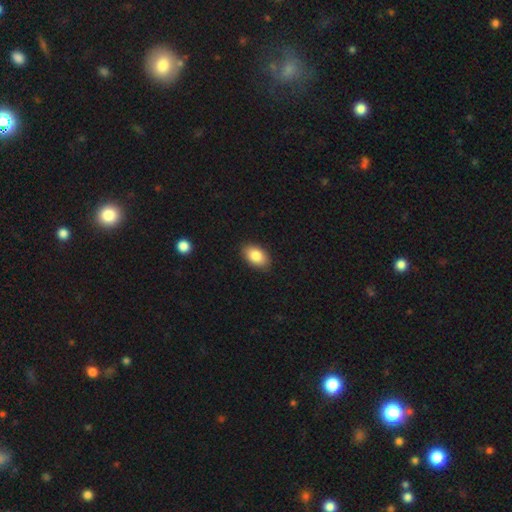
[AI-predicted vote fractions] smooth_or_featured: smooth (p=0.85) [alt: featured or disk p=0.08]
how_rounded: in between (p=0.91) [alt: round p=0.08]
merging: none (p=0.88) [alt: minor disturbance p=0.09]